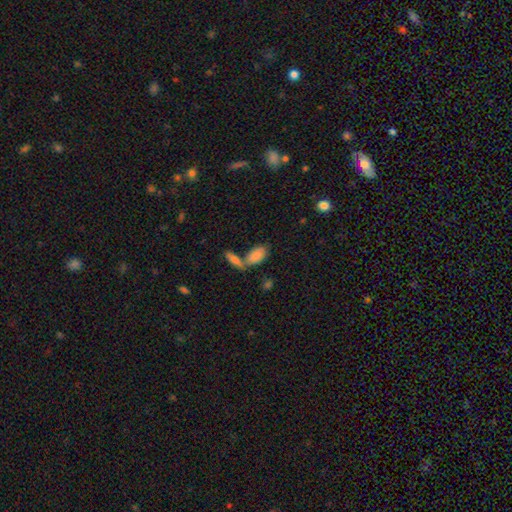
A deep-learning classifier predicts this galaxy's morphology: Smooth or featured: smooth — 84% (featured or disk — 9%)
How rounded: in between — 92% (cigar-shaped — 5%)
Merging: none — 43% (merger — 41%)